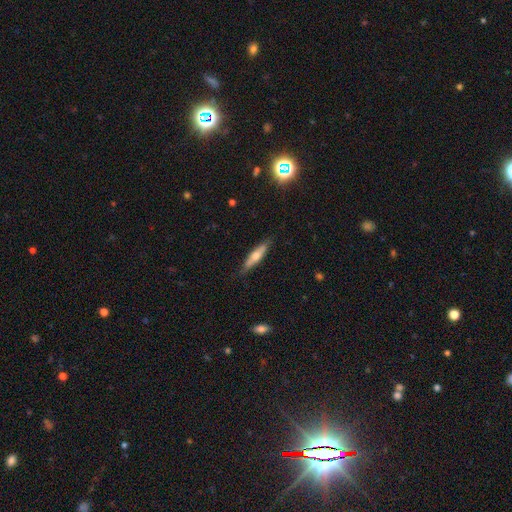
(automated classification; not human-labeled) A smooth galaxy with no disk features (47%). Merging: none (85%).